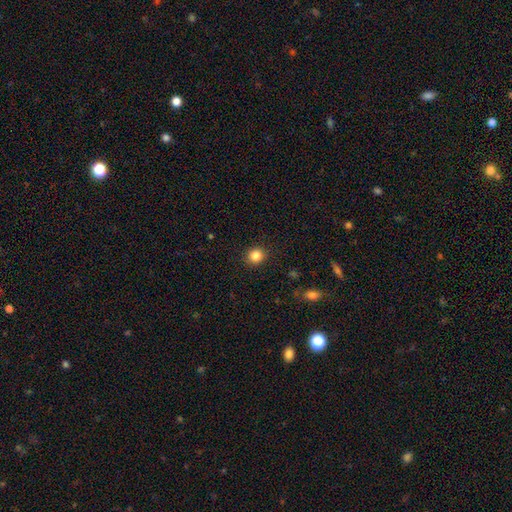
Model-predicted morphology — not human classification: type=smooth (84%); roundness=round (88%); merging=none (91%).